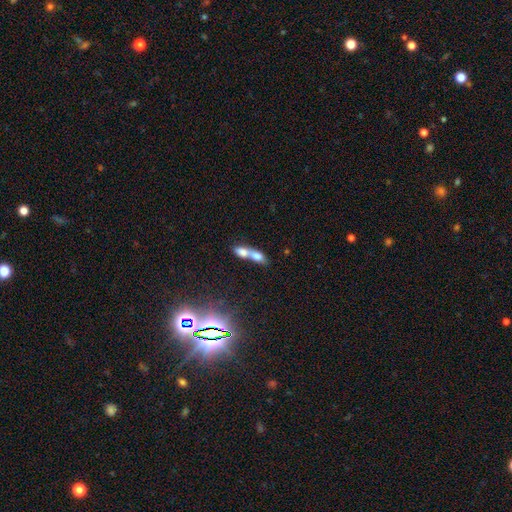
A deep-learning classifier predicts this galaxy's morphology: smooth-or-featured: smooth: 69% | featured or disk: 20% | star or artifact: 11%
  how-rounded: in between: 71% | cigar-shaped: 19% | round: 10%
  merging: merger: 77% | none: 14% | minor disturbance: 5% | major disturbance: 4%